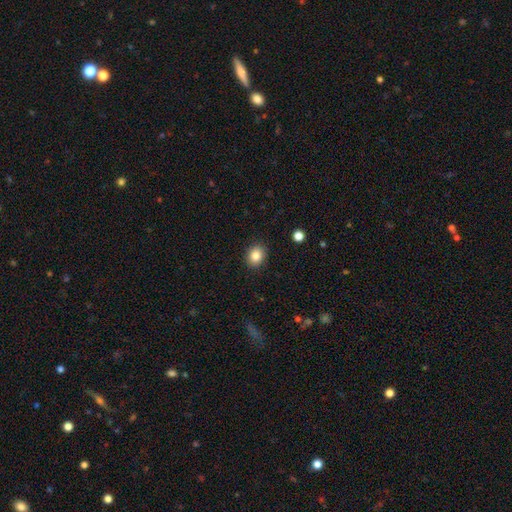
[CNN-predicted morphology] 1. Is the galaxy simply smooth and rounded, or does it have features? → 85% smooth, 9% star or artifact, 5% featured or disk.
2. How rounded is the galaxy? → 56% round, 43% in between, 1% cigar-shaped.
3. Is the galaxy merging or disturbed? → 89% none, 7% minor disturbance, 2% major disturbance, 1% merger.